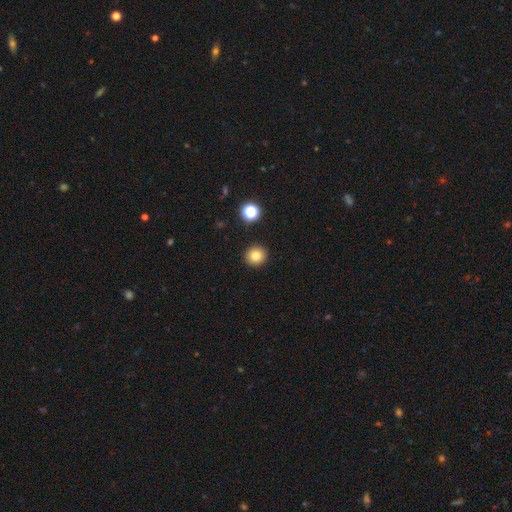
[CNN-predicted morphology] smooth 81%, star or artifact 12%, featured or disk 7%. Down the decision tree: how rounded — round (93%); merging — none (92%).